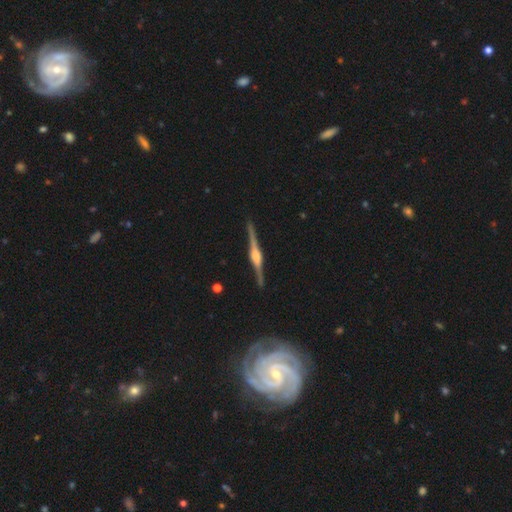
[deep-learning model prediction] Smooth or featured?
  - featured or disk: 89% *
  - smooth: 6%
  - star or artifact: 5%
Edge-on disk?
  - yes: 98% *
  - no: 2%
Edge-on bulge?
  - rounded: 79% *
  - boxy: 18%
  - none: 4%
Merging?
  - none: 91% *
  - minor disturbance: 7%
  - major disturbance: 1%
  - merger: 1%